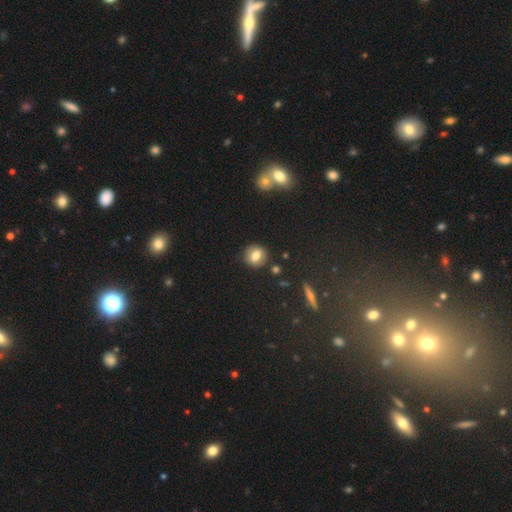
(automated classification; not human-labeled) This is likely a smooth galaxy (76%). How rounded: clearly round (82%). Merging: clearly none (85%).